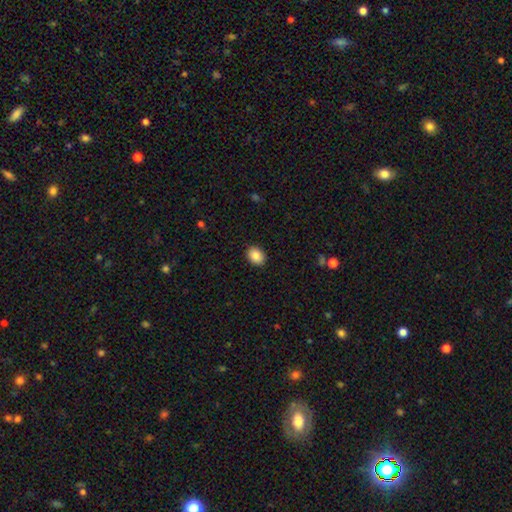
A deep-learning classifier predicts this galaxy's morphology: Smooth or featured?
  - smooth: 87% *
  - star or artifact: 8%
  - featured or disk: 4%
How rounded?
  - in between: 63% *
  - round: 36%
  - cigar-shaped: 1%
Merging?
  - none: 90% *
  - minor disturbance: 7%
  - major disturbance: 2%
  - merger: 1%